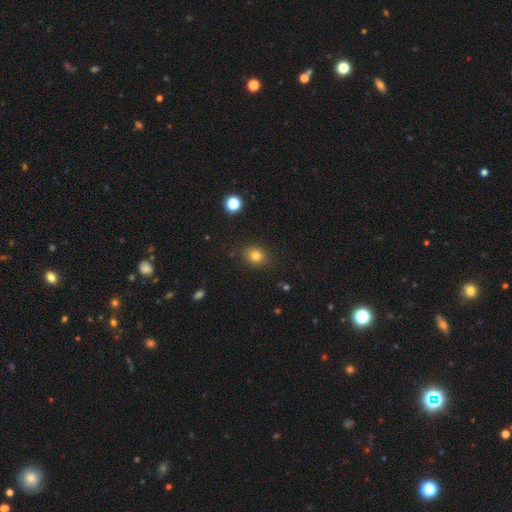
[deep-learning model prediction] Overall: smooth (79%). How rounded: round (56%; in between 43%). Merging: none (86%).